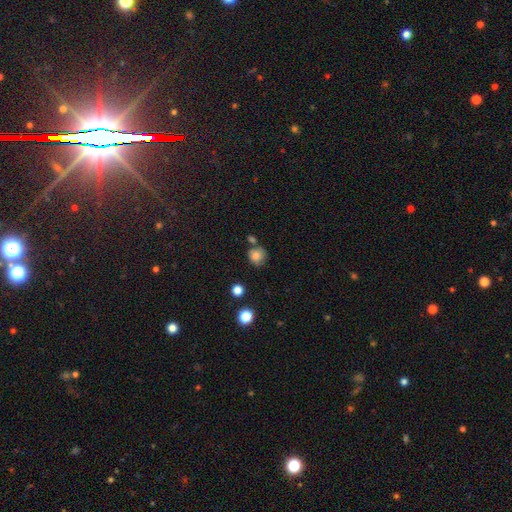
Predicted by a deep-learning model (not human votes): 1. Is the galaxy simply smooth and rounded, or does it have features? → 76% smooth, 12% featured or disk, 12% star or artifact.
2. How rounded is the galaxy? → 87% round, 12% in between, 1% cigar-shaped.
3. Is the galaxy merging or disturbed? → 66% none, 16% minor disturbance, 13% merger, 4% major disturbance.